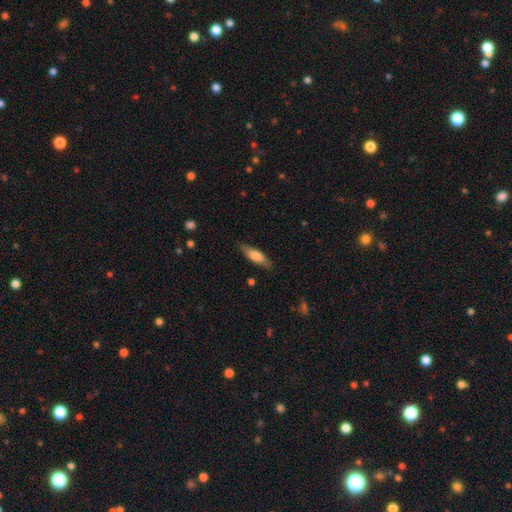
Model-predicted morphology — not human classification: type=smooth (71%); roundness=cigar-shaped (54%); merging=none (83%).